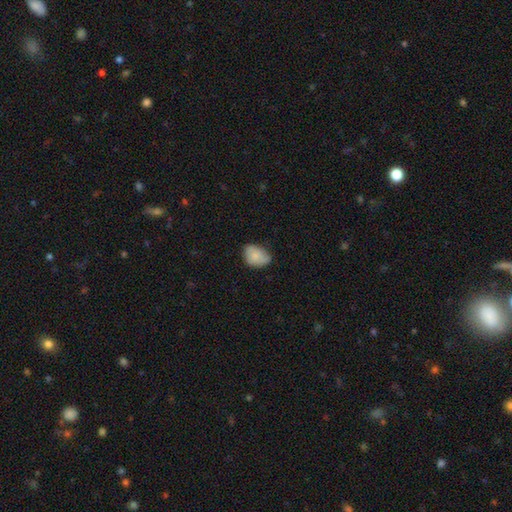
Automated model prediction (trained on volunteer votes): smooth 83%, featured or disk 10%, star or artifact 8%. Down the decision tree: how rounded — in between (71%); merging — none (58%).